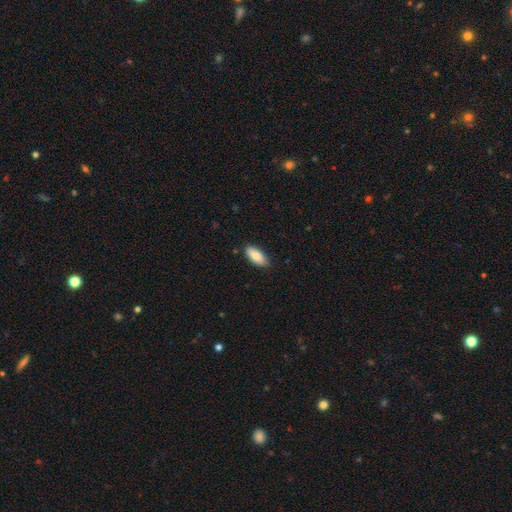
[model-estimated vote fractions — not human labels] Overall: smooth (87%). How rounded: in between (88%). Merging: none (85%).